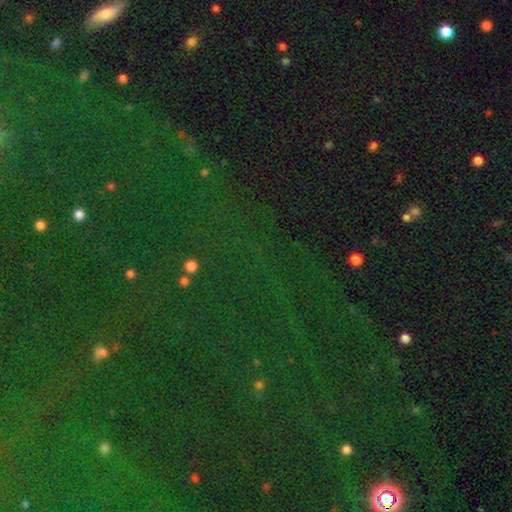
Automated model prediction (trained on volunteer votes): This is clearly a star or artifact rather than a galaxy (82%).